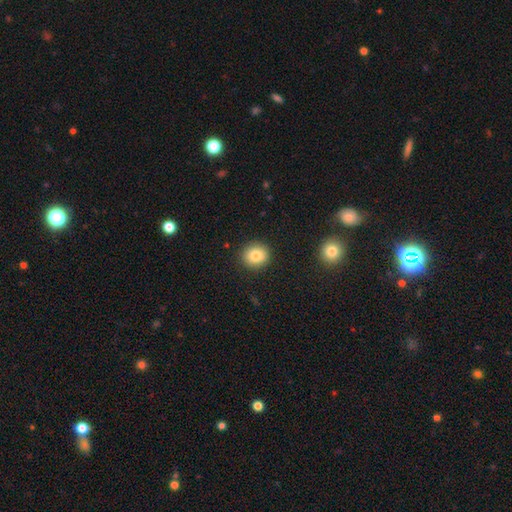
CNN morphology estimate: smooth 82%, star or artifact 10%, featured or disk 8%. Down the decision tree: how rounded — round (84%); merging — none (90%).